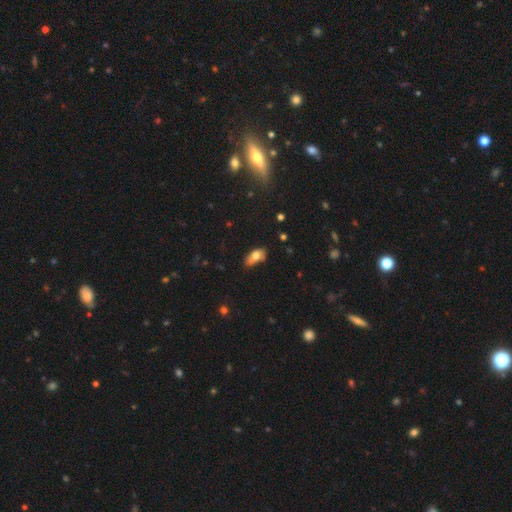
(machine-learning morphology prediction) Q: Smooth or featured?
A: smooth (71%); runner-up: featured or disk (20%)
Q: How rounded?
A: in between (88%); runner-up: cigar-shaped (7%)
Q: Merging?
A: none (45%); runner-up: minor disturbance (36%)